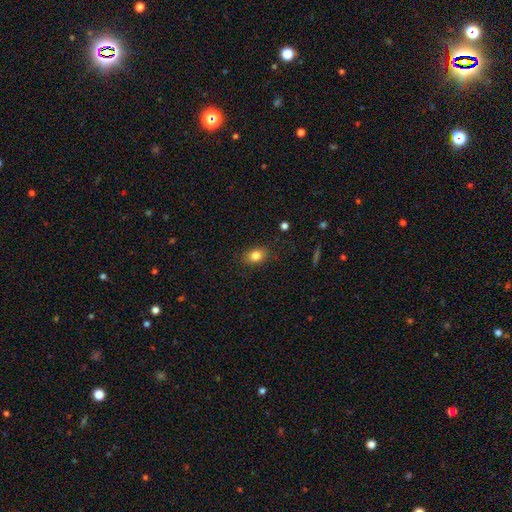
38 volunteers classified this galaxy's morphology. smooth 89%, featured or disk 8%, star or artifact 3%. Down the decision tree: how rounded — in between (59%); merging — none (92%).